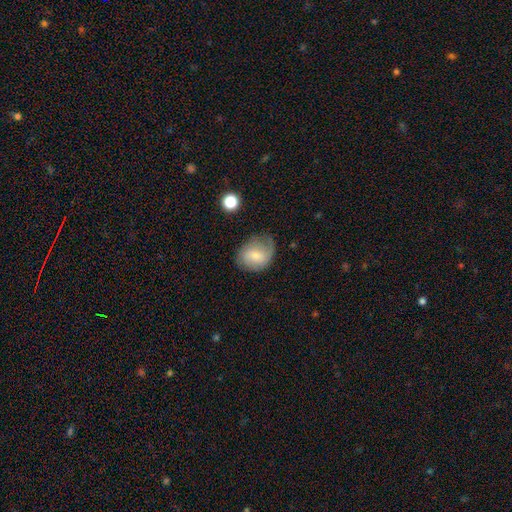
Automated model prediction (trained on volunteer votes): smooth-or-featured: smooth: 62% | featured or disk: 30% | star or artifact: 8%
  how-rounded: round: 60% | in between: 39% | cigar-shaped: 1%
  merging: none: 50% | minor disturbance: 32% | major disturbance: 16% | merger: 2%